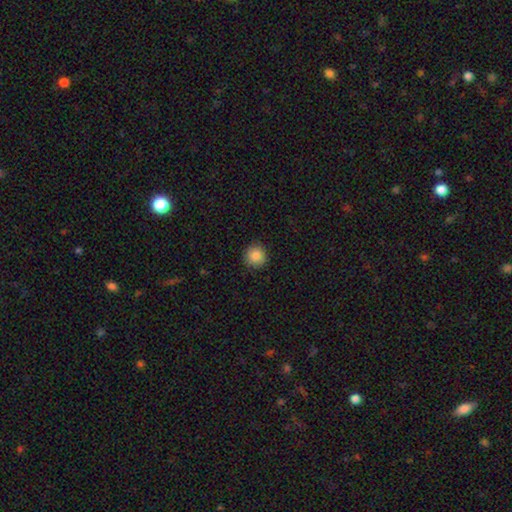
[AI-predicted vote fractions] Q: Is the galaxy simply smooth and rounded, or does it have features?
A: smooth — 87%.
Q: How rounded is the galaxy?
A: round — 93%.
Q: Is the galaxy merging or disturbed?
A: none — 90%.